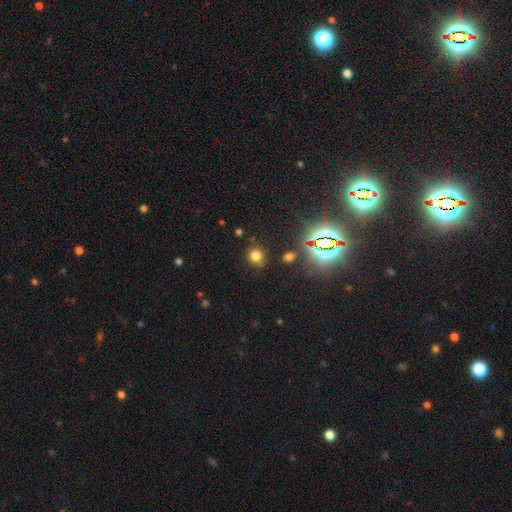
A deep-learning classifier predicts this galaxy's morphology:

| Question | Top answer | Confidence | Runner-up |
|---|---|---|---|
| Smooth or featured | smooth | 71% | star or artifact (22%) |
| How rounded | round | 82% | in between (16%) |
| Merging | none | 78% | minor disturbance (13%) |